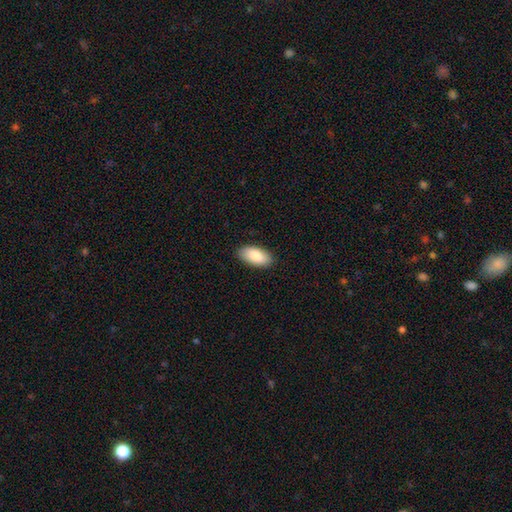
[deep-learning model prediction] smooth 86%, featured or disk 8%, star or artifact 6%. Down the decision tree: how rounded — in between (94%); merging — none (89%).